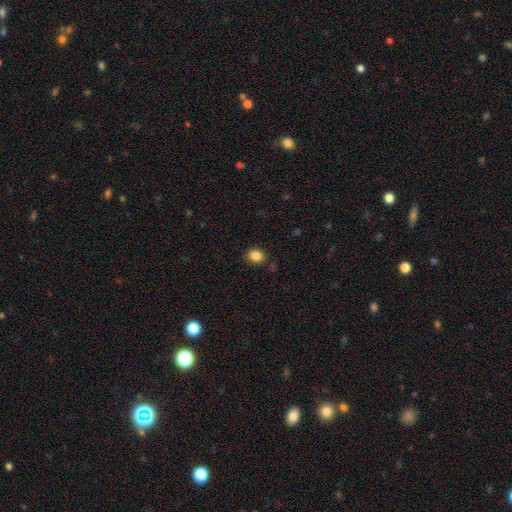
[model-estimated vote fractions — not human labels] smooth 85%, star or artifact 10%, featured or disk 4%. Down the decision tree: how rounded — round (53%); merging — none (86%).